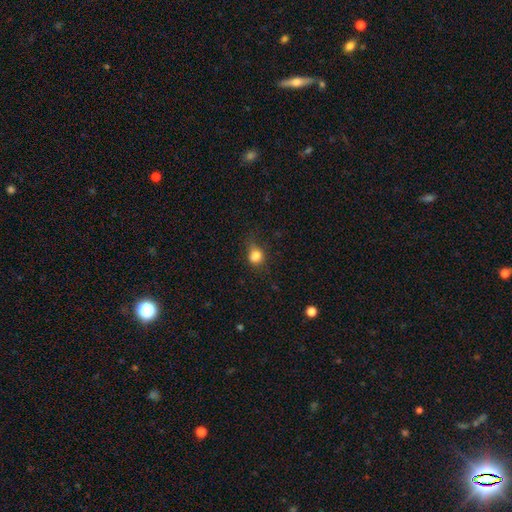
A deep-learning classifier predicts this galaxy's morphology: Q: Smooth or featured?
A: smooth (82%); runner-up: star or artifact (11%)
Q: How rounded?
A: round (63%); runner-up: in between (35%)
Q: Merging?
A: none (57%); runner-up: minor disturbance (29%)